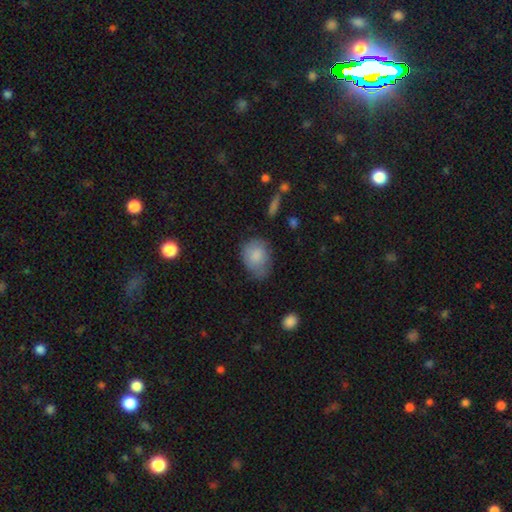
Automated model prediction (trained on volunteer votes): Q: Smooth or featured?
A: smooth (82%); runner-up: featured or disk (11%)
Q: How rounded?
A: in between (68%); runner-up: round (31%)
Q: Merging?
A: none (56%); runner-up: minor disturbance (32%)